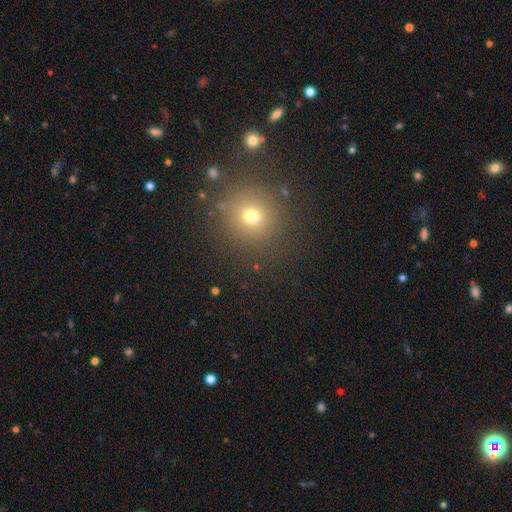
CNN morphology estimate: Smooth or featured? smooth (55%)
How rounded? round (92%)
Merging? none (89%)